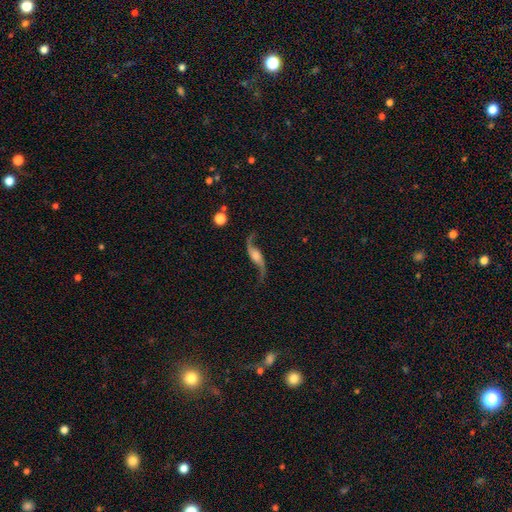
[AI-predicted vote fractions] Q: Smooth or featured?
A: featured or disk (88%); runner-up: smooth (6%)
Q: Edge-on disk?
A: no (90%); runner-up: yes (10%)
Q: Bar?
A: no (55%); runner-up: weak (32%)
Q: Spiral arms?
A: yes (97%); runner-up: no (3%)
Q: Spiral winding?
A: loose (91%); runner-up: medium (7%)
Q: Spiral arm count?
A: 2 (94%); runner-up: 1 (2%)
Q: Bulge size?
A: moderate (29%); runner-up: none (24%)
Q: Merging?
A: none (76%); runner-up: minor disturbance (13%)